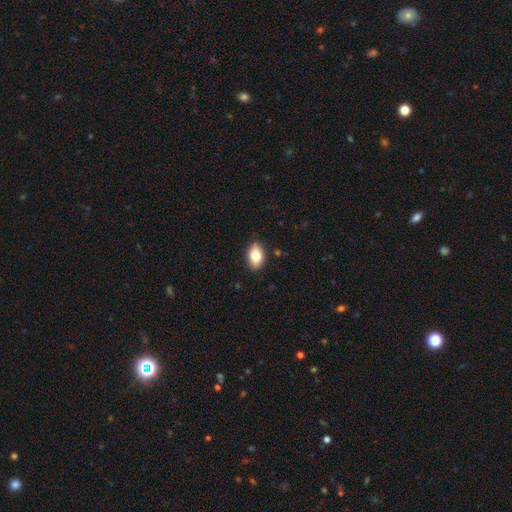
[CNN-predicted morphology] The model was most divided on "smooth or featured": smooth: 79%, featured or disk: 13%, star or artifact: 8%. More confident: how rounded — in between (88%); merging — none (87%).